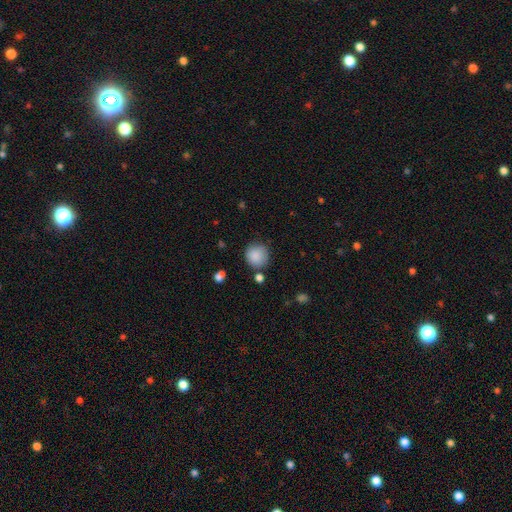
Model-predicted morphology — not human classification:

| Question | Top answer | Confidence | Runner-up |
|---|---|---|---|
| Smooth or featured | smooth | 87% | star or artifact (8%) |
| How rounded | round | 90% | in between (9%) |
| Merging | none | 75% | minor disturbance (15%) |